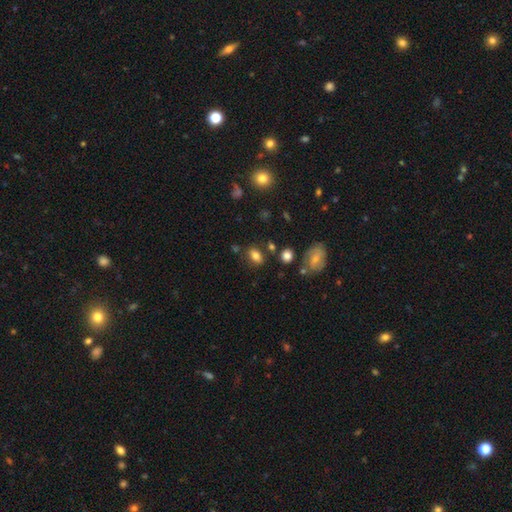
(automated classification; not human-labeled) This appears to be a smooth galaxy with no disk features (79%) that is in between round and cigar-shaped (82%). Merging: none (77%).